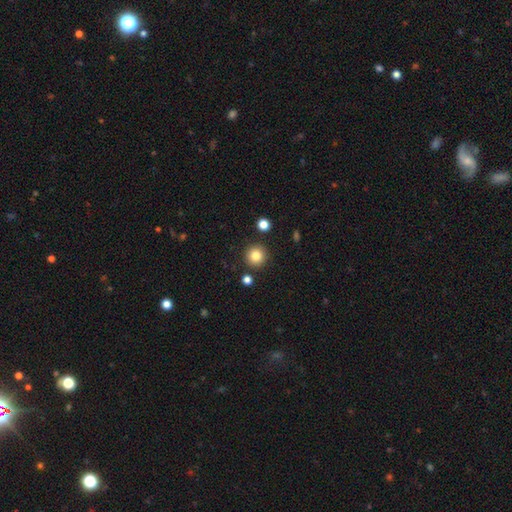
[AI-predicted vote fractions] smooth-or-featured: smooth: 83% | star or artifact: 11% | featured or disk: 6%
  how-rounded: round: 95% | in between: 4% | cigar-shaped: 1%
  merging: none: 89% | minor disturbance: 6% | merger: 3% | major disturbance: 2%